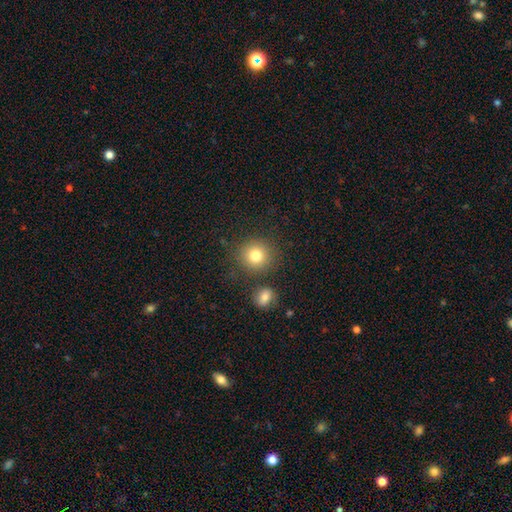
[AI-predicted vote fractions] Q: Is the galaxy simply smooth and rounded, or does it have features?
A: smooth — 81%.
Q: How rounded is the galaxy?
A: round — 90%.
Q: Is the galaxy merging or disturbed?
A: none — 81%.